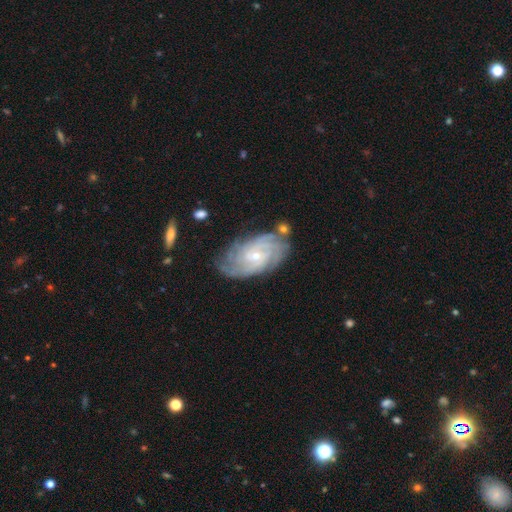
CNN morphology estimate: This is clearly a featured or disk galaxy (87%). It is clearly not viewed edge-on (96%). Bar: possibly no (56%). Spiral arm pattern: clearly yes (97%). Spiral arm count: marginally 4 (30%). Spiral winding: likely tight (74%). Central bulge: likely small (72%). Merging: likely none (72%).